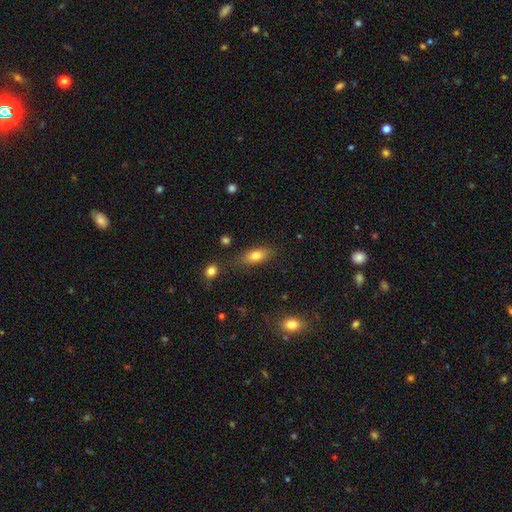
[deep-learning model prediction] A smooth galaxy with no disk features (78%) that is in between round and cigar-shaped (80%). Merging: none (76%).